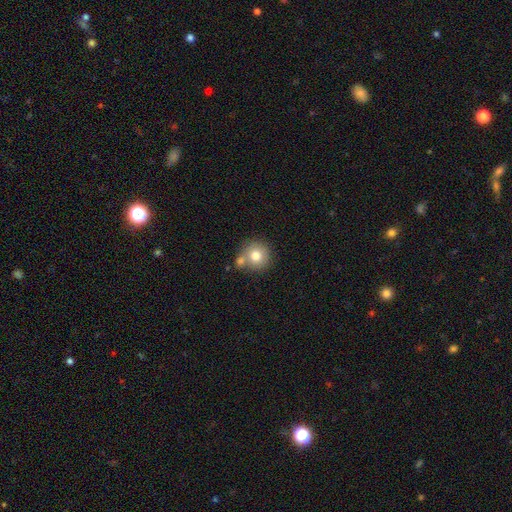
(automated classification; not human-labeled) Morphology: type=smooth (76%); roundness=round (91%); merging=none (57%).